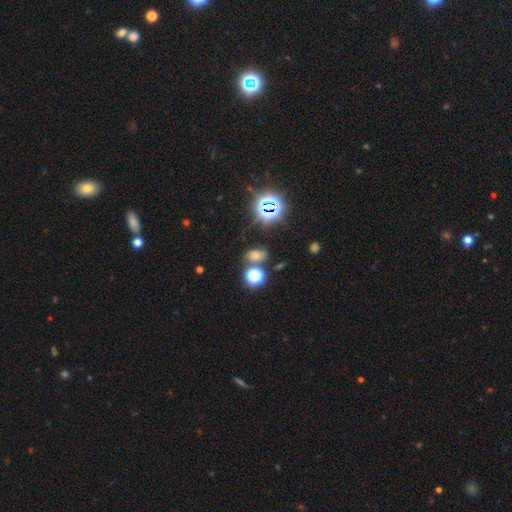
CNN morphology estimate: Smooth or featured: smooth — 52% (star or artifact — 38%)
How rounded: in between — 65% (round — 33%)
Merging: none — 66% (minor disturbance — 15%)